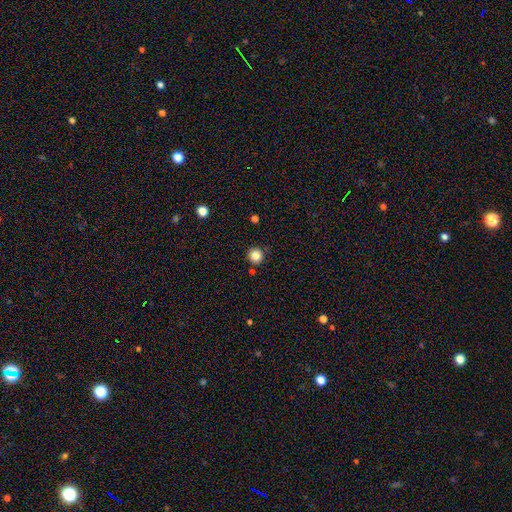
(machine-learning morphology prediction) Overall: smooth (83%). How rounded: round (96%). Merging: none (88%).